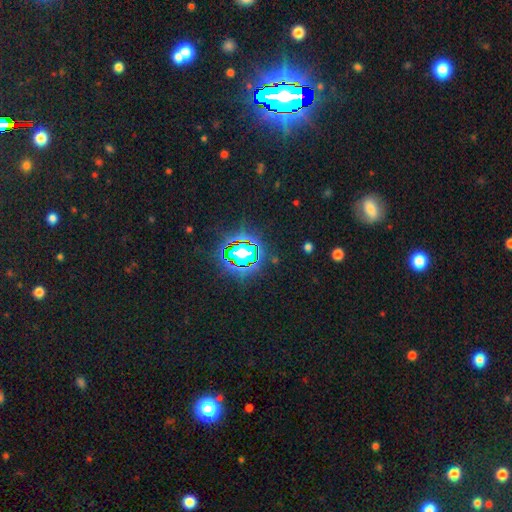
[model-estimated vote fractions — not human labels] This appears to be a star or artifact, not a galaxy (83%).